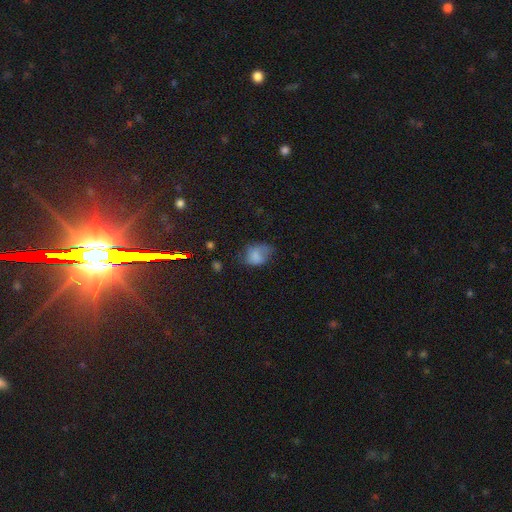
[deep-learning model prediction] Smooth or featured?
  - smooth: 72% *
  - featured or disk: 16%
  - star or artifact: 12%
How rounded?
  - in between: 69% *
  - round: 30%
  - cigar-shaped: 1%
Merging?
  - none: 40% *
  - minor disturbance: 35%
  - major disturbance: 22%
  - merger: 3%